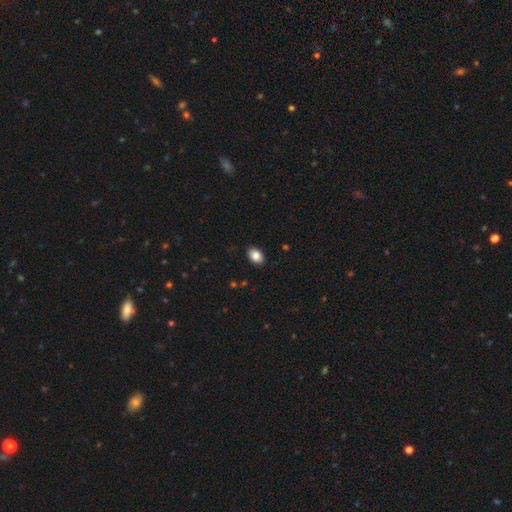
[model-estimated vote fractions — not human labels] Q: Smooth or featured?
A: smooth (87%); runner-up: star or artifact (8%)
Q: How rounded?
A: in between (80%); runner-up: round (19%)
Q: Merging?
A: none (88%); runner-up: minor disturbance (9%)